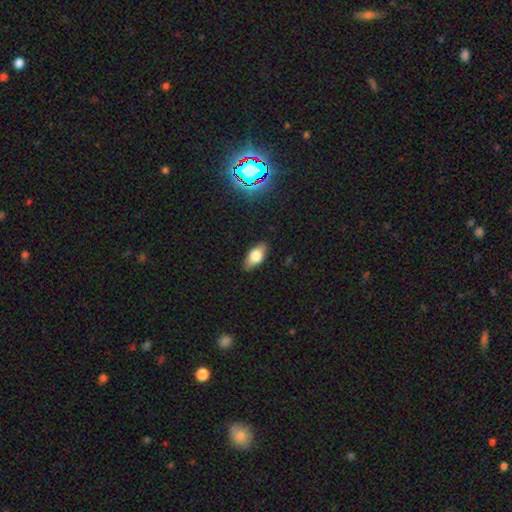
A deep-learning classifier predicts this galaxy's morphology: The model was most divided on "smooth or featured": smooth: 69%, featured or disk: 23%, star or artifact: 9%. More confident: how rounded — in between (87%); merging — none (86%).